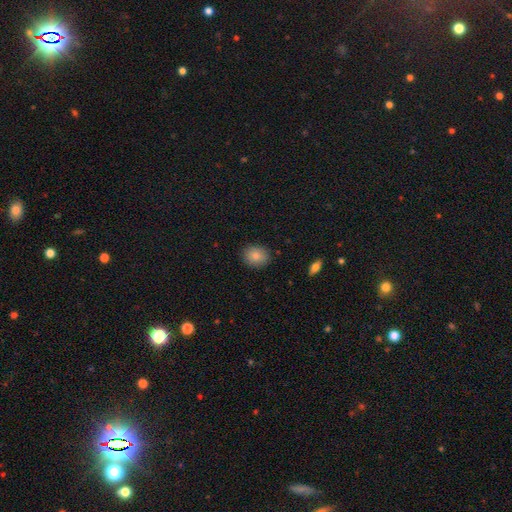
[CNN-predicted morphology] This is clearly a smooth galaxy (85%). How rounded: likely round (61%). Merging: clearly none (88%).